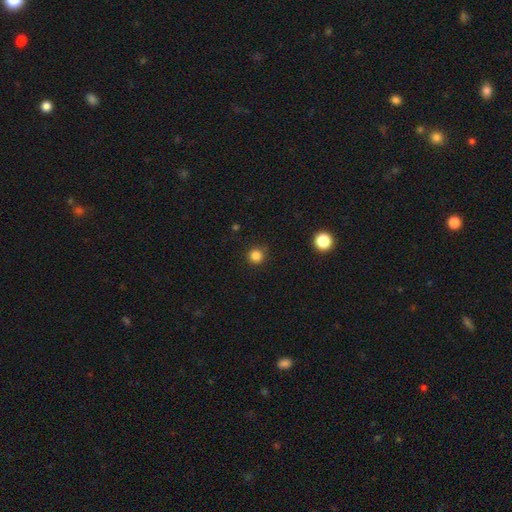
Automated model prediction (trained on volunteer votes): smooth 83%, star or artifact 13%, featured or disk 4%. Down the decision tree: how rounded — round (95%); merging — none (90%).